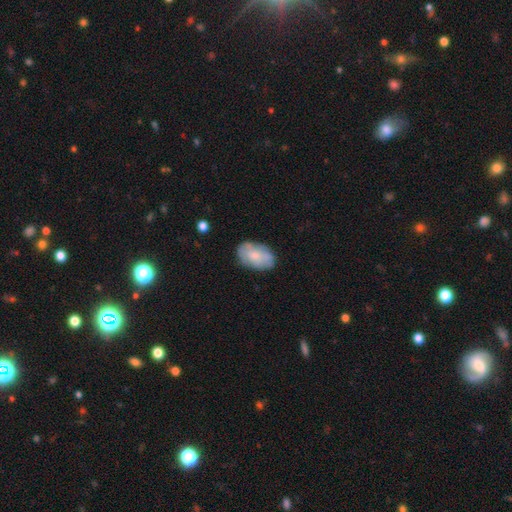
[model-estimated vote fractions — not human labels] Smooth or featured? Predicted: smooth (p=0.65). How rounded? Predicted: in between (p=0.91). Merging? Predicted: none (p=0.71).